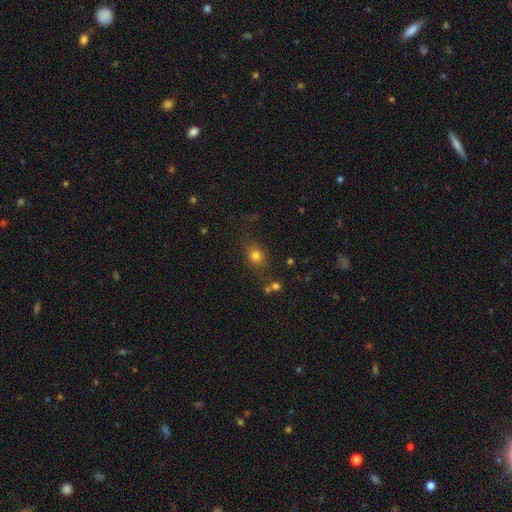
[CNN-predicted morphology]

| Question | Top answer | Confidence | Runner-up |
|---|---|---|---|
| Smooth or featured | smooth | 76% | star or artifact (14%) |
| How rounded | round | 50% | in between (47%) |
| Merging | none | 71% | minor disturbance (16%) |